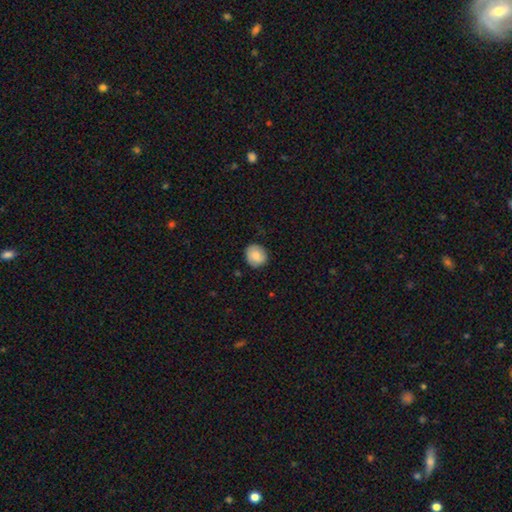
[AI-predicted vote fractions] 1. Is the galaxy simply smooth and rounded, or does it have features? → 82% smooth, 10% featured or disk, 7% star or artifact.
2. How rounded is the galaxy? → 79% round, 20% in between, 1% cigar-shaped.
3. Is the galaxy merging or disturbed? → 82% none, 14% minor disturbance, 3% major disturbance, 1% merger.